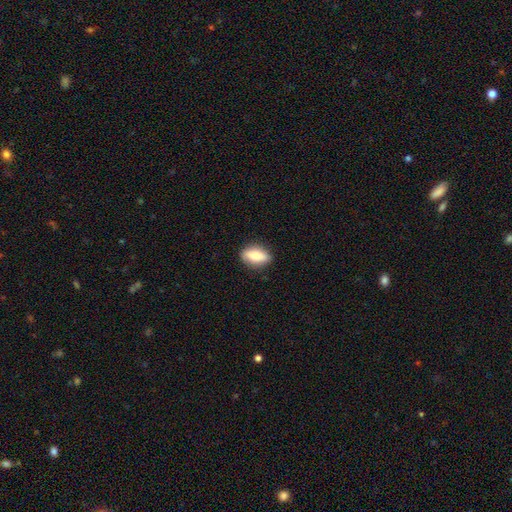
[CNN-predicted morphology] Smooth or featured? smooth (73%)
How rounded? in between (77%)
Merging? none (87%)